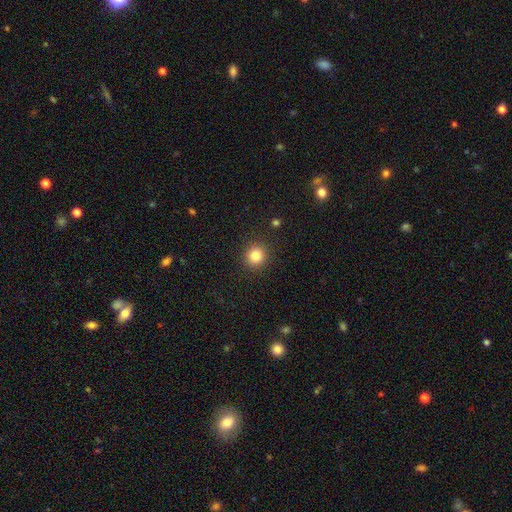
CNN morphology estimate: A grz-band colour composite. It shows a smooth galaxy with no disk features (83%) that is round (90%). Merging: none (90%).